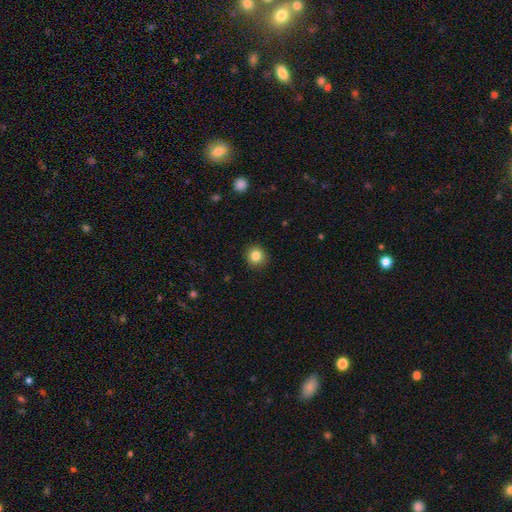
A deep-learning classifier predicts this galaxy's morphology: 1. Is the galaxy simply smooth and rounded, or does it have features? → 83% smooth, 10% star or artifact, 6% featured or disk.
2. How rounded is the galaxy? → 91% round, 8% in between, 1% cigar-shaped.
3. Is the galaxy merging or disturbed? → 91% none, 6% minor disturbance, 2% major disturbance, 1% merger.